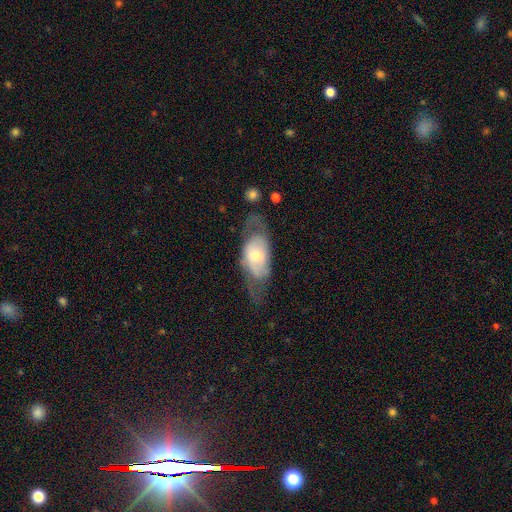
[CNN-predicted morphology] featured or disk 52%, smooth 41%, star or artifact 6%. Down the decision tree: edge-on disk — no (86%); merging — none (43%).